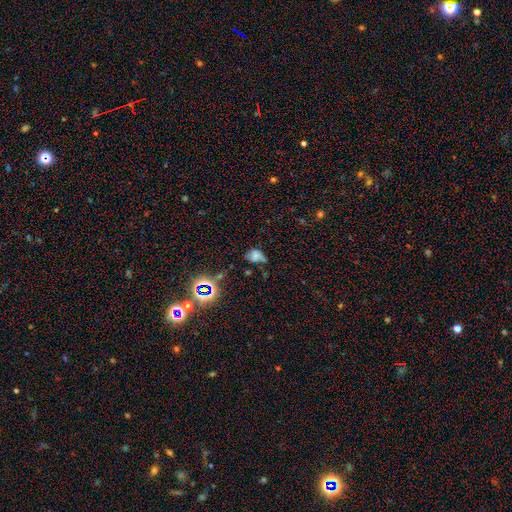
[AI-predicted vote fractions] The model was most divided on "merging": none: 35%, minor disturbance: 32%, major disturbance: 22%, merger: 11%. More confident: how rounded — in between (71%); smooth or featured — smooth (55%).